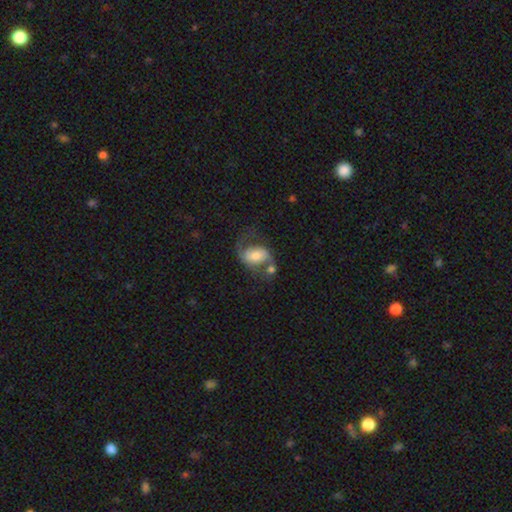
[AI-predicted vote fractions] featured or disk 64%, smooth 29%, star or artifact 7%. Down the decision tree: edge-on disk — no (96%); bar — no (43%); spiral arms — yes (85%); spiral arm count — 2 (85%); spiral winding — loose (54%); bulge size — moderate (54%); merging — none (43%).